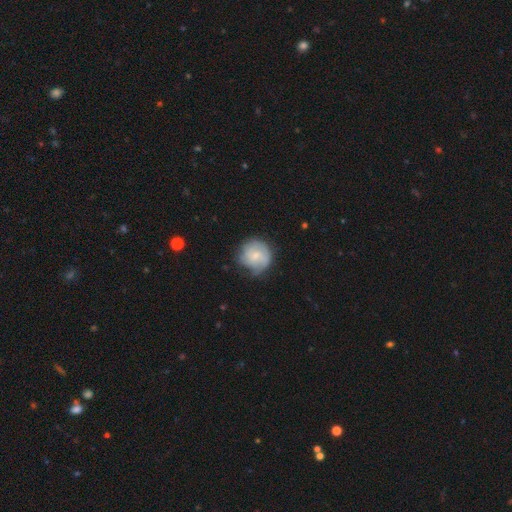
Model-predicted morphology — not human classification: A smooth galaxy with no disk features (56%) that is round (88%). Merging: none (58%).